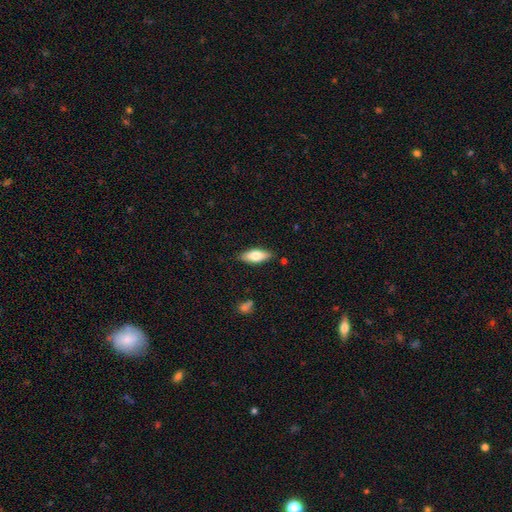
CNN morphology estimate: The model was most divided on "smooth or featured": smooth: 71%, featured or disk: 22%, star or artifact: 6%. More confident: merging — none (84%); how rounded — in between (75%).